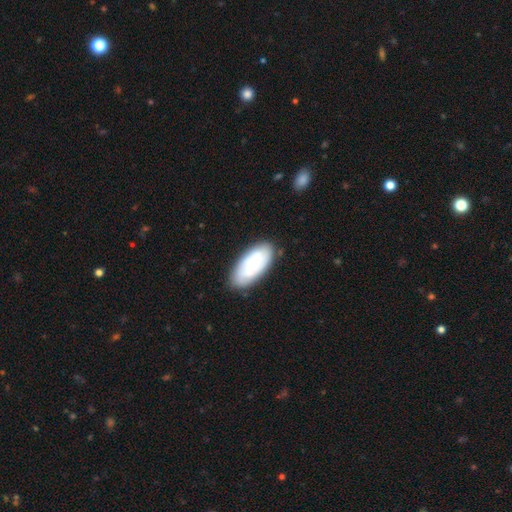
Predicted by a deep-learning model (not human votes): Overall: smooth (50%; featured or disk 44%). Merging: none (79%).